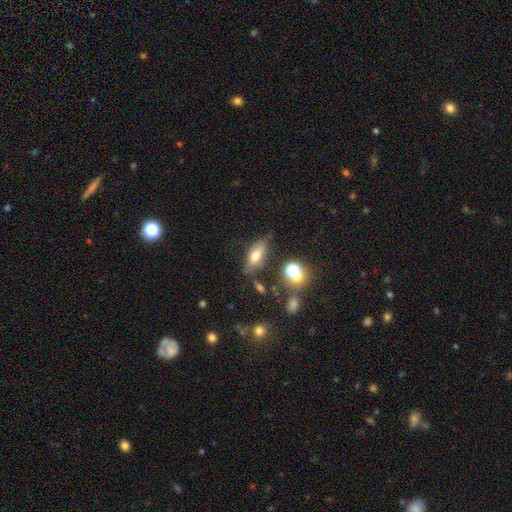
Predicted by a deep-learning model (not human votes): A smooth galaxy with no disk features (61%) that is in between round and cigar-shaped (73%).

Vote fractions:
- Smooth or featured? smooth: 61% / featured or disk: 25% / star or artifact: 14%
- How rounded? in between: 73% / cigar-shaped: 21% / round: 6%
- Merging? none: 67% / minor disturbance: 20% / major disturbance: 7% / merger: 7%